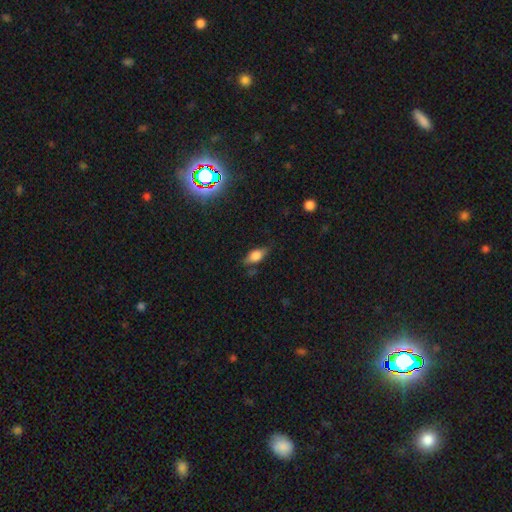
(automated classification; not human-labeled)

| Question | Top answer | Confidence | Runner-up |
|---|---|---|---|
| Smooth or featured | smooth | 67% | featured or disk (23%) |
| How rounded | in between | 80% | cigar-shaped (14%) |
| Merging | none | 70% | minor disturbance (22%) |